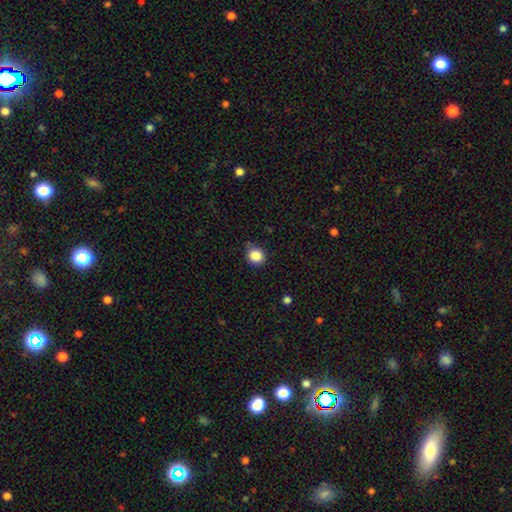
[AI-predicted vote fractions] This appears to be a smooth galaxy with no disk features (86%) that is round (87%). Merging: none (79%).